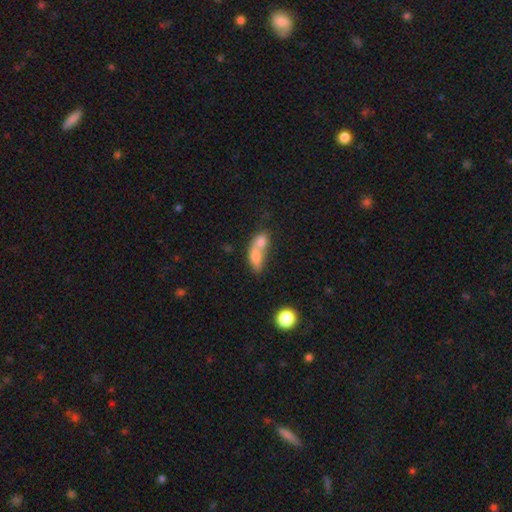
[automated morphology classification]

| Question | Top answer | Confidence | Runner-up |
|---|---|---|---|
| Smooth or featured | smooth | 71% | featured or disk (20%) |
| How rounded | in between | 71% | round (18%) |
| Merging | merger | 74% | none (15%) |